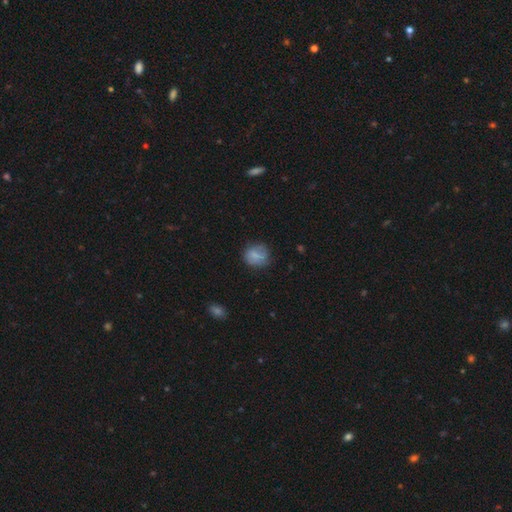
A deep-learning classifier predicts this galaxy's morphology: A smooth galaxy with no disk features (73%) that is round (71%).

Vote fractions:
- Smooth or featured? smooth: 73% / featured or disk: 18% / star or artifact: 9%
- How rounded? round: 71% / in between: 28% / cigar-shaped: 1%
- Merging? none: 69% / minor disturbance: 21% / major disturbance: 7% / merger: 2%